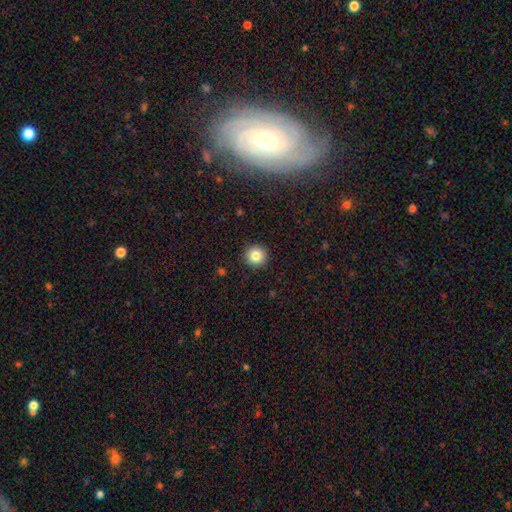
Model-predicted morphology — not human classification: Smooth or featured?
  - smooth: 83% *
  - star or artifact: 10%
  - featured or disk: 6%
How rounded?
  - round: 95% *
  - in between: 4%
  - cigar-shaped: 1%
Merging?
  - none: 92% *
  - minor disturbance: 5%
  - major disturbance: 2%
  - merger: 1%